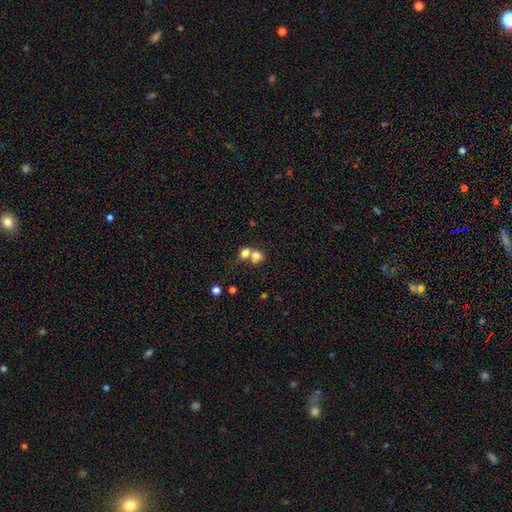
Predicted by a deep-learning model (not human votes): Smooth or featured: smooth — 74% (featured or disk — 14%)
How rounded: round — 66% (in between — 33%)
Merging: merger — 62% (none — 28%)